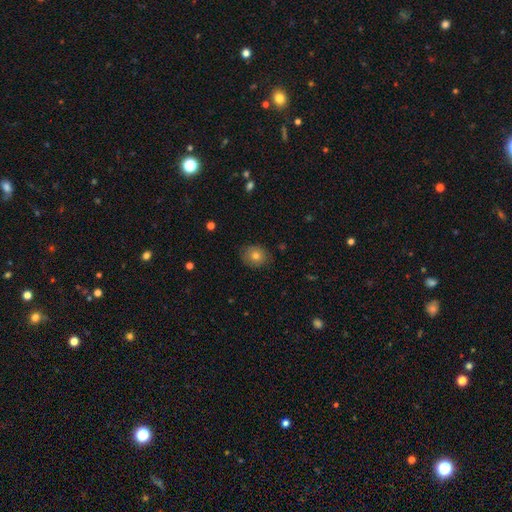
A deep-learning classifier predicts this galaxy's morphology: type=smooth (75%); roundness=round (67%); merging=none (82%).